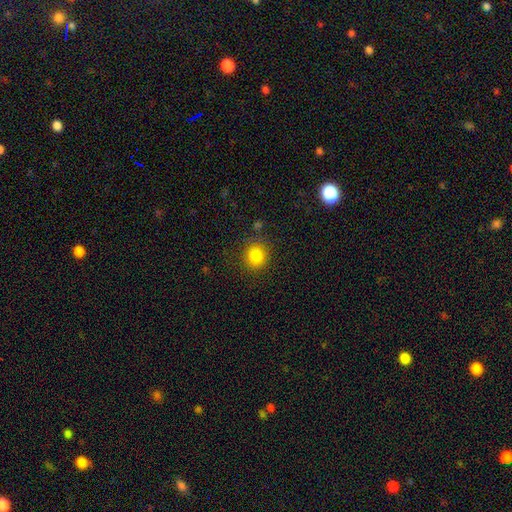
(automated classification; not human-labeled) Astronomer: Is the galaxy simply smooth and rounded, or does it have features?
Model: smooth — 84%.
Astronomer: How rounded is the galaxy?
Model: round — 81%.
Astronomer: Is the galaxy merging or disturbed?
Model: none — 85%.